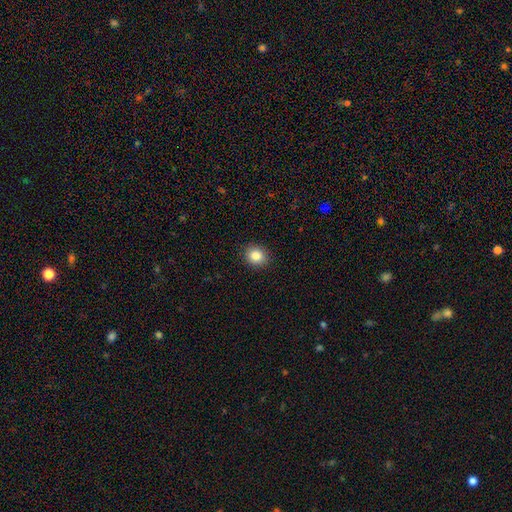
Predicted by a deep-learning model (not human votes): smooth_or_featured: smooth (p=0.85) [alt: star or artifact p=0.10]
how_rounded: round (p=0.74) [alt: in between p=0.25]
merging: none (p=0.90) [alt: minor disturbance p=0.07]